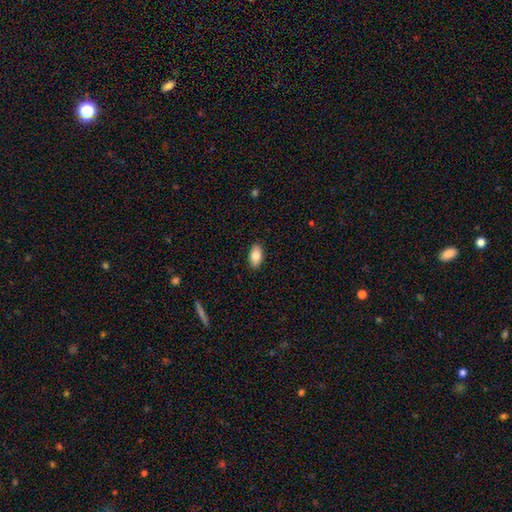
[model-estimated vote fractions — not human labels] smooth-or-featured: smooth: 82% | featured or disk: 11% | star or artifact: 7%
  how-rounded: in between: 93% | round: 4% | cigar-shaped: 3%
  merging: none: 89% | minor disturbance: 8% | major disturbance: 2% | merger: 1%